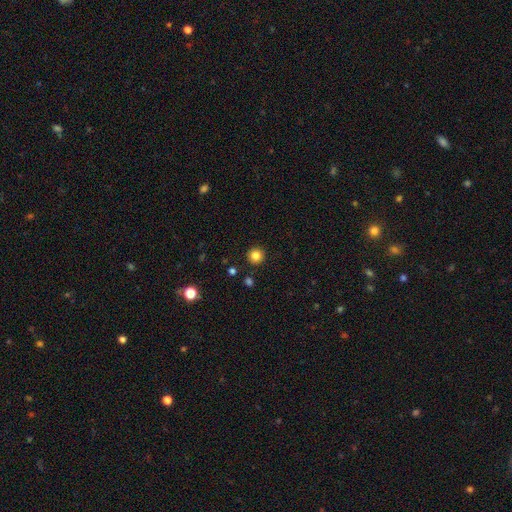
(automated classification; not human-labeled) The model was most divided on "smooth or featured": smooth: 83%, star or artifact: 12%, featured or disk: 5%. More confident: how rounded — round (95%); merging — none (92%).